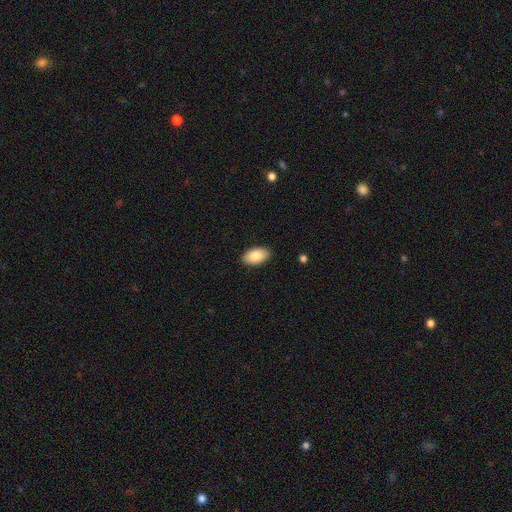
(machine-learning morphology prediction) This appears to be a smooth galaxy with no disk features (86%) that is in between round and cigar-shaped (95%). Merging: none (88%).